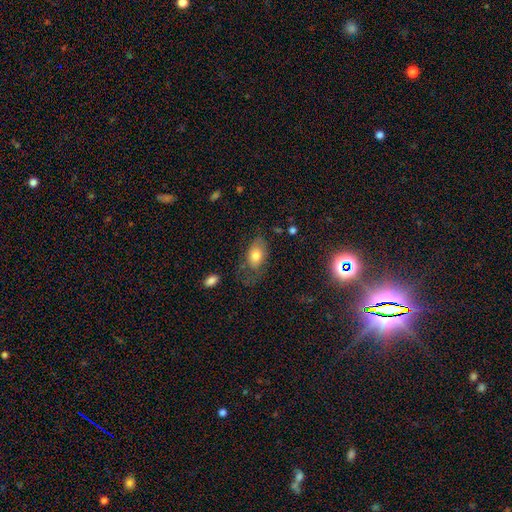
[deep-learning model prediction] smooth-or-featured: smooth: 74% | featured or disk: 18% | star or artifact: 8%
  how-rounded: in between: 89% | round: 9% | cigar-shaped: 2%
  merging: none: 46% | minor disturbance: 28% | major disturbance: 23% | merger: 3%